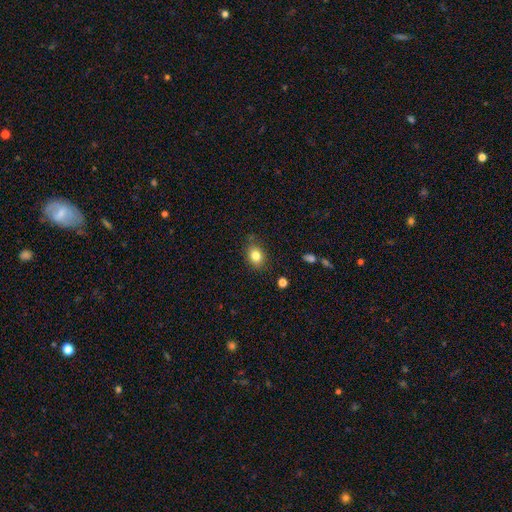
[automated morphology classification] Smooth or featured? Predicted: smooth (p=0.82). How rounded? Predicted: in between (p=0.55). Merging? Predicted: none (p=0.81).